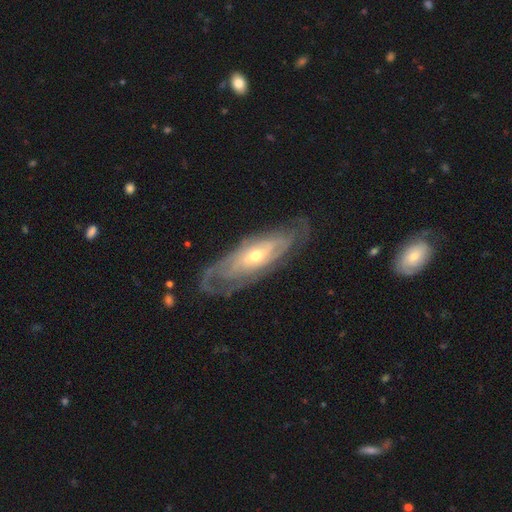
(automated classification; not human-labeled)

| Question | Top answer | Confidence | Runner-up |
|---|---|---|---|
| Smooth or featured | featured or disk | 81% | smooth (13%) |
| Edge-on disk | no | 83% | yes (17%) |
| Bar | no | 64% | weak (25%) |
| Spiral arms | yes | 82% | no (18%) |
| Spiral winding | tight | 69% | medium (23%) |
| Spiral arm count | can't tell | 57% | 2 (22%) |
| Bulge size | moderate | 50% | small (46%) |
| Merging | none | 72% | minor disturbance (18%) |